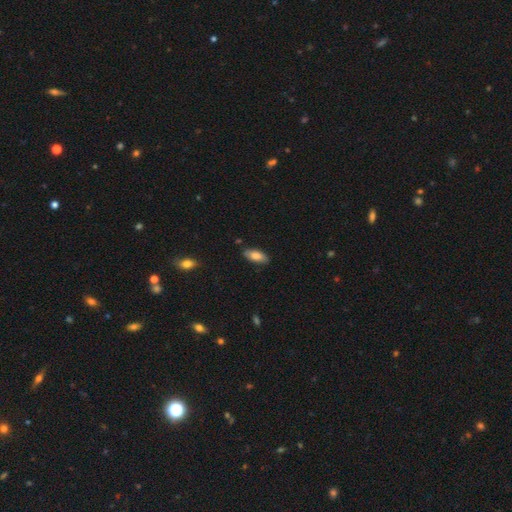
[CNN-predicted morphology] This is clearly a smooth galaxy (81%). How rounded: clearly in between (84%). Merging: clearly none (85%).